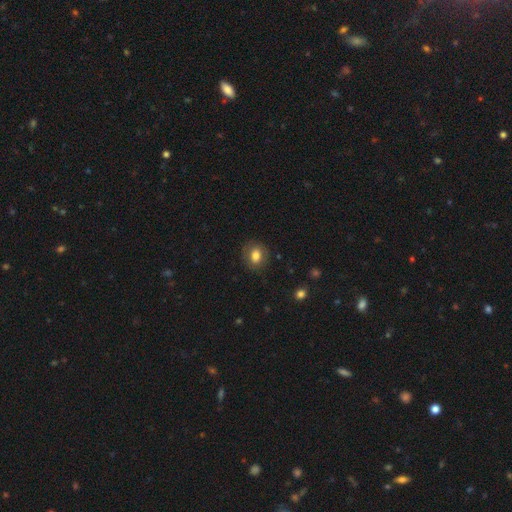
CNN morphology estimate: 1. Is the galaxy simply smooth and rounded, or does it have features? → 78% smooth, 13% featured or disk, 9% star or artifact.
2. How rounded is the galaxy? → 56% round, 43% in between, 1% cigar-shaped.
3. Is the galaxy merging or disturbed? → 83% none, 12% minor disturbance, 4% major disturbance, 1% merger.